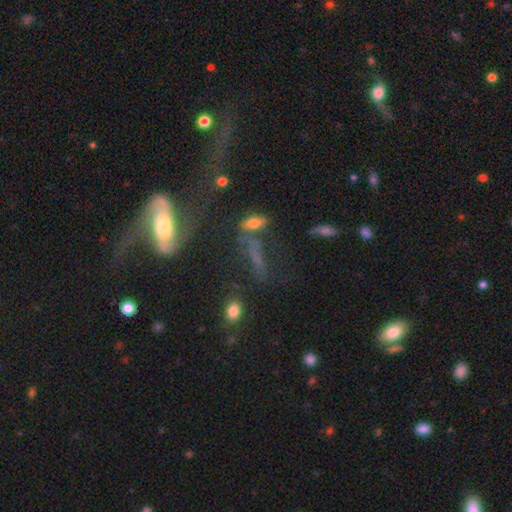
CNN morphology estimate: A featured or disk galaxy (39%).

Vote fractions:
- Smooth or featured? featured or disk: 39% / smooth: 38% / star or artifact: 23%
- Merging? none: 45% / major disturbance: 20% / merger: 18% / minor disturbance: 17%